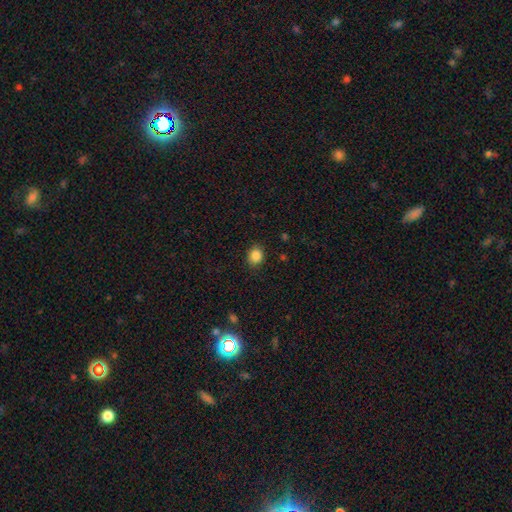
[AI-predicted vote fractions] Morphology: type=smooth (86%); roundness=round (59%); merging=none (87%).